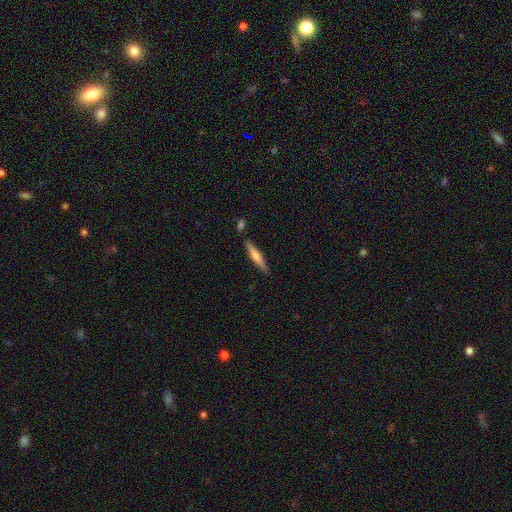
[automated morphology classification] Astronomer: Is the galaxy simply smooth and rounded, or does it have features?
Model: smooth — 60% (runner-up: featured or disk, 35%).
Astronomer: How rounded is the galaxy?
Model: cigar-shaped — 90%.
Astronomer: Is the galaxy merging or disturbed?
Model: none — 83%.